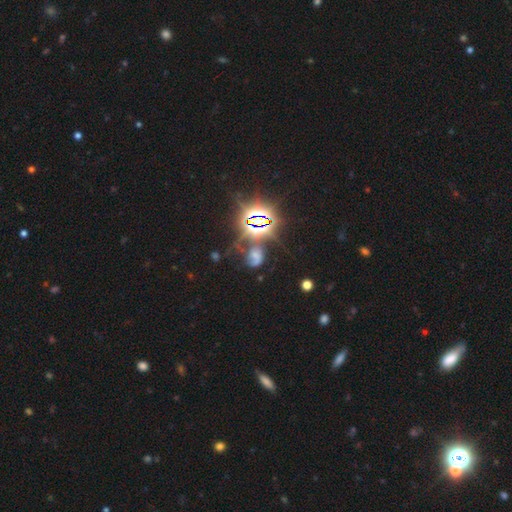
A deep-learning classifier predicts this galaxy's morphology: star or artifact 43%, featured or disk 29%, smooth 28%.